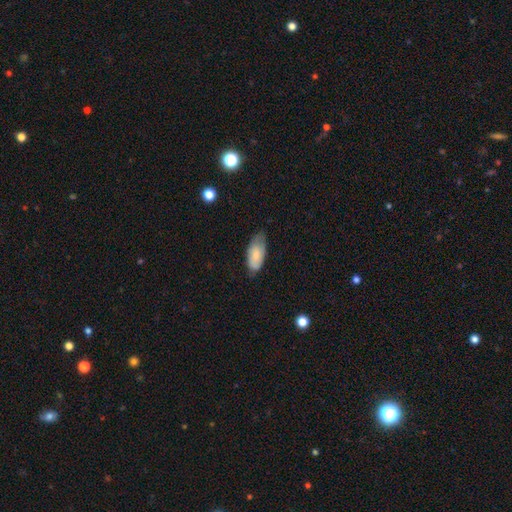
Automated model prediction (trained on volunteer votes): smooth 79%, featured or disk 15%, star or artifact 6%. Down the decision tree: how rounded — in between (91%); merging — none (53%).